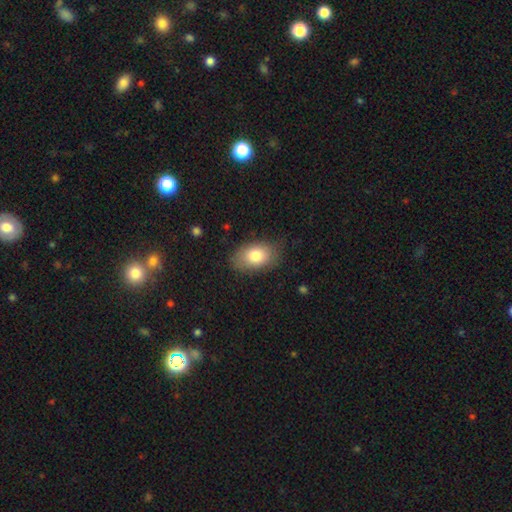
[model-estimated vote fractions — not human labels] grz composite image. It shows a smooth galaxy with no disk features (79%) that is in between round and cigar-shaped (88%). Merging: none (75%).